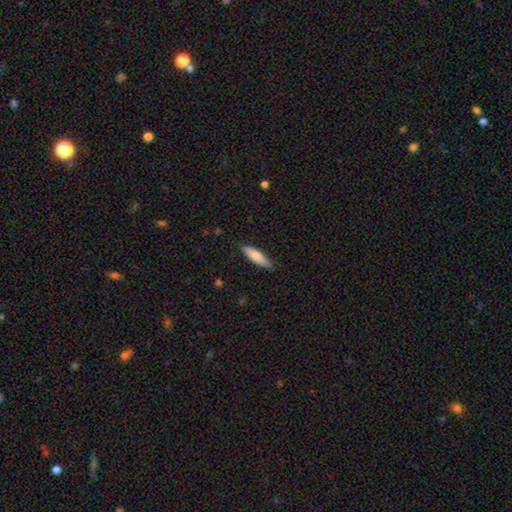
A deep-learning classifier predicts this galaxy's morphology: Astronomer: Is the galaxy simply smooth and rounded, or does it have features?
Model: smooth — 76%.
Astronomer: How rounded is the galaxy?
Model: cigar-shaped — 66%.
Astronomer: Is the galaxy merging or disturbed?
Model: none — 86%.